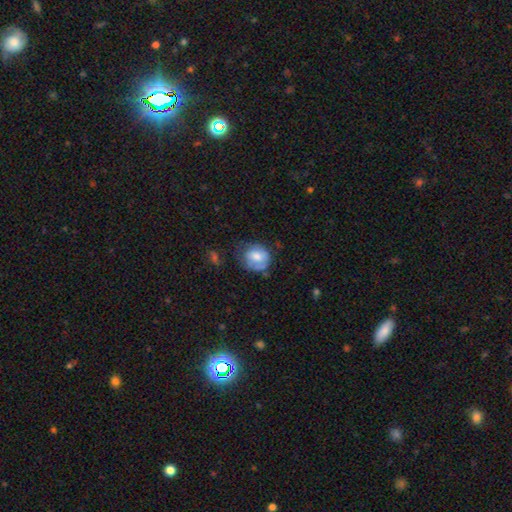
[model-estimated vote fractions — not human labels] smooth_or_featured: smooth (p=0.61) [alt: featured or disk p=0.31]
how_rounded: round (p=0.64) [alt: in between p=0.35]
merging: none (p=0.49) [alt: minor disturbance p=0.31]